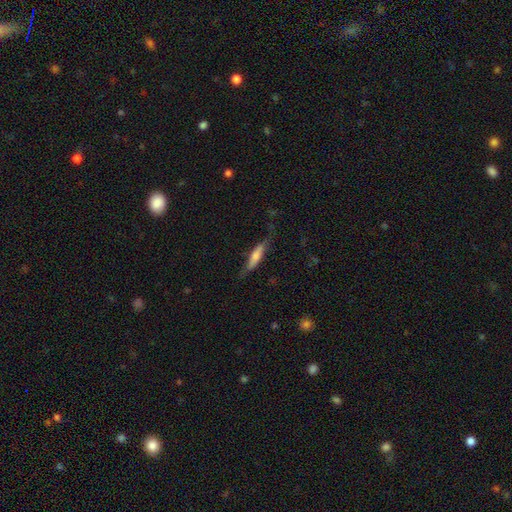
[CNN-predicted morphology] Q: Smooth or featured?
A: smooth (53%); runner-up: featured or disk (40%)
Q: How rounded?
A: cigar-shaped (79%); runner-up: in between (19%)
Q: Merging?
A: none (67%); runner-up: minor disturbance (23%)